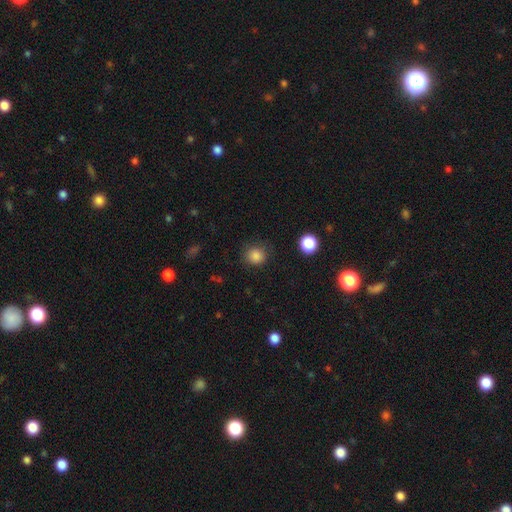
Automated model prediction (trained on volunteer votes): smooth 85%, star or artifact 12%, featured or disk 4%. Down the decision tree: how rounded — round (88%); merging — none (82%).